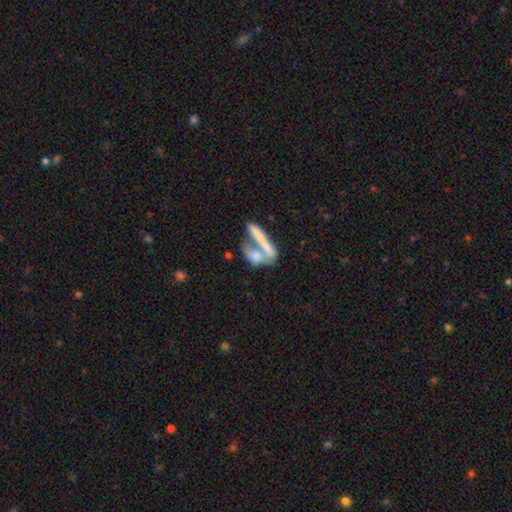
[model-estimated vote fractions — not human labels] This appears to be a smooth galaxy with no disk features (61%) that is in between round and cigar-shaped (45%). Merging: merger (59%).